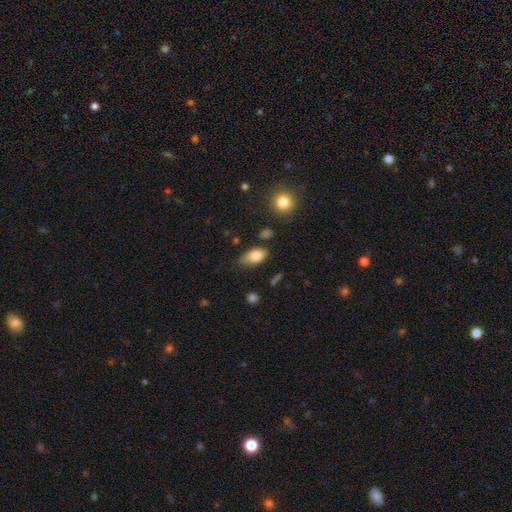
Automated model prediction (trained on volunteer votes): Smooth or featured: smooth — 79% (featured or disk — 13%)
How rounded: in between — 90% (round — 5%)
Merging: none — 69% (minor disturbance — 23%)